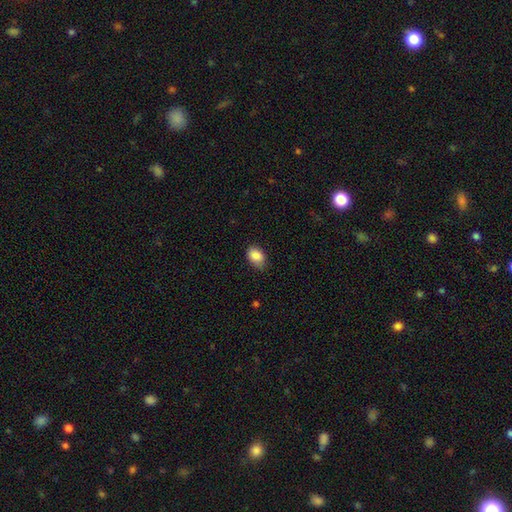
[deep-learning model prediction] smooth_or_featured: smooth (p=0.87) [alt: star or artifact p=0.08]
how_rounded: in between (p=0.82) [alt: round p=0.17]
merging: none (p=0.72) [alt: minor disturbance p=0.23]